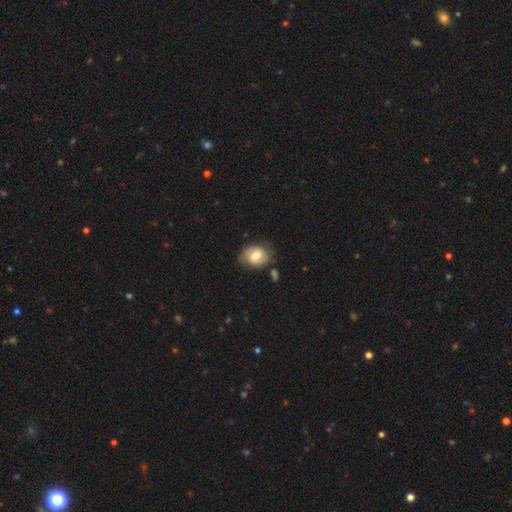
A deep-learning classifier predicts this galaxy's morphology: Smooth or featured: smooth — 61% (featured or disk — 31%)
How rounded: in between — 55% (round — 44%)
Merging: none — 66% (minor disturbance — 23%)